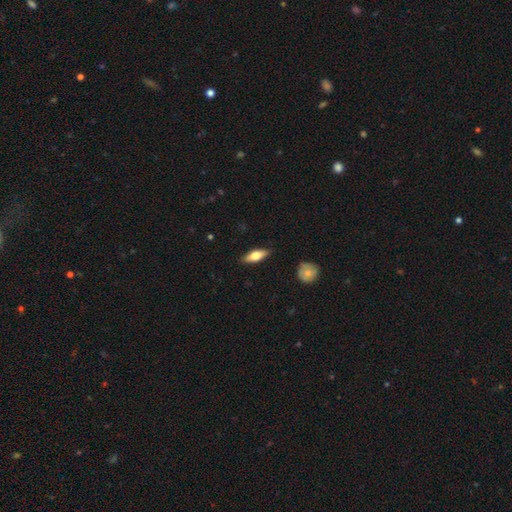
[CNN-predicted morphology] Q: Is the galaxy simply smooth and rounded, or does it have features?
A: smooth — 53%.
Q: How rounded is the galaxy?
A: in between — 58%.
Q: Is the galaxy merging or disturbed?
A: none — 86%.